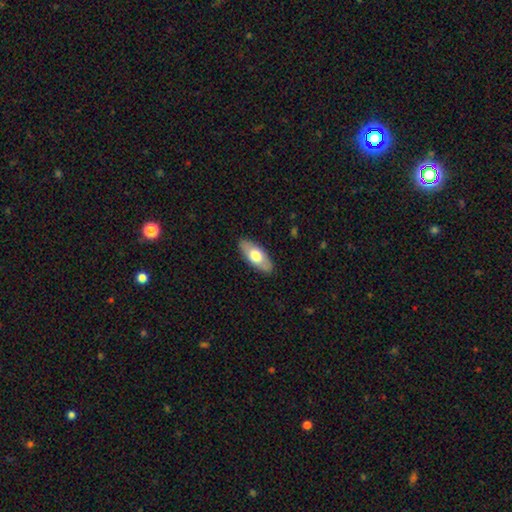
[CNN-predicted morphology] Smooth or featured: smooth — 65% (featured or disk — 29%)
How rounded: in between — 87% (cigar-shaped — 11%)
Merging: none — 88% (minor disturbance — 9%)